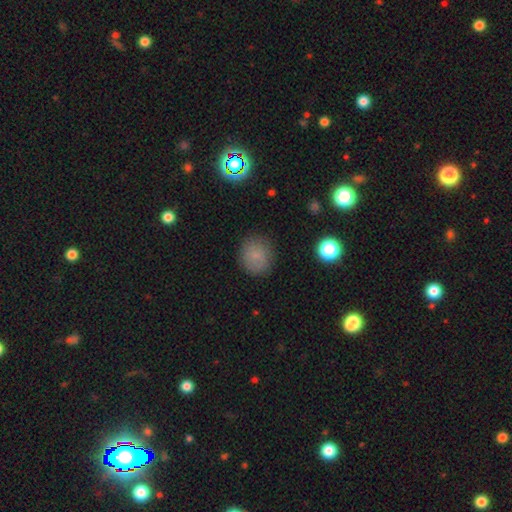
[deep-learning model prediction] Smooth or featured? Predicted: smooth (p=0.76). How rounded? Predicted: round (p=0.84). Merging? Predicted: none (p=0.84).